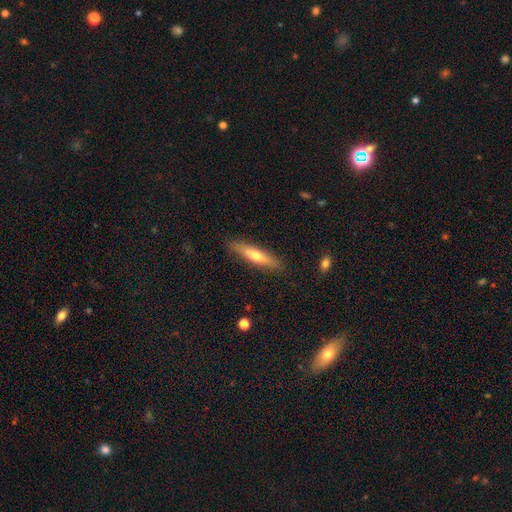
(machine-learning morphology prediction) Smooth or featured: smooth — 51% (featured or disk — 43%)
How rounded: cigar-shaped — 83% (in between — 15%)
Merging: none — 88% (minor disturbance — 9%)